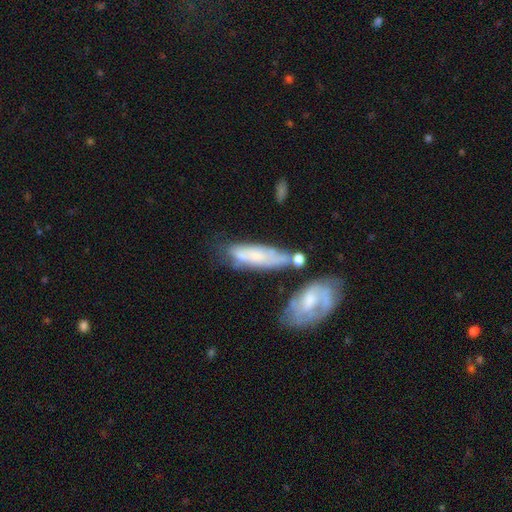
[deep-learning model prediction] A smooth galaxy with no disk features (49%).

Vote fractions:
- Smooth or featured? smooth: 49% / featured or disk: 43% / star or artifact: 8%
- Merging? none: 42% / minor disturbance: 25% / merger: 21% / major disturbance: 13%